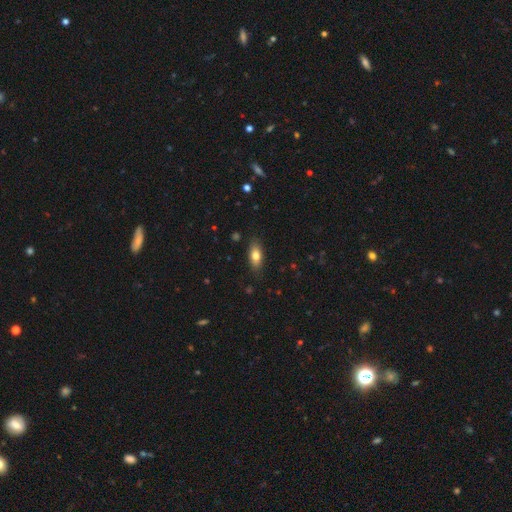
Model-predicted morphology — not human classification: Q: Smooth or featured?
A: smooth (78%); runner-up: featured or disk (15%)
Q: How rounded?
A: in between (82%); runner-up: cigar-shaped (14%)
Q: Merging?
A: none (85%); runner-up: minor disturbance (12%)